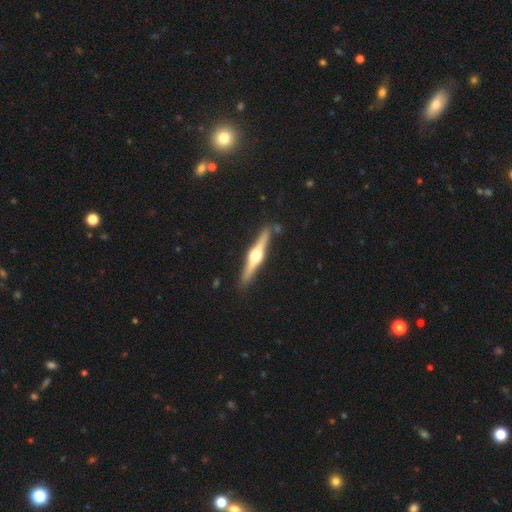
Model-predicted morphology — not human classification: A featured or disk galaxy (77%) viewed edge-on (98%) with a rounded central bulge (95%). Merging: none (87%).